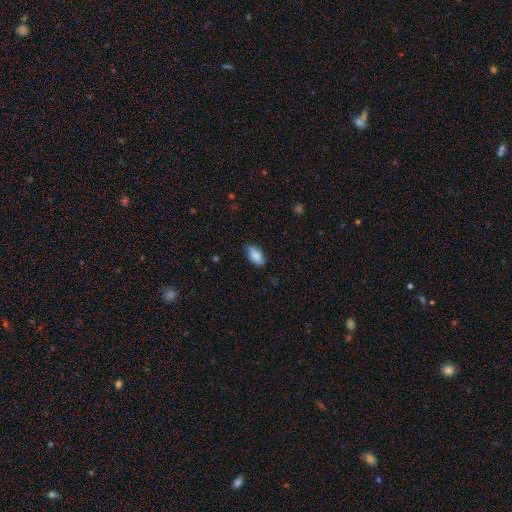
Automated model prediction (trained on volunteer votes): This is clearly a smooth galaxy (84%). How rounded: clearly in between (93%). Merging: clearly none (82%).